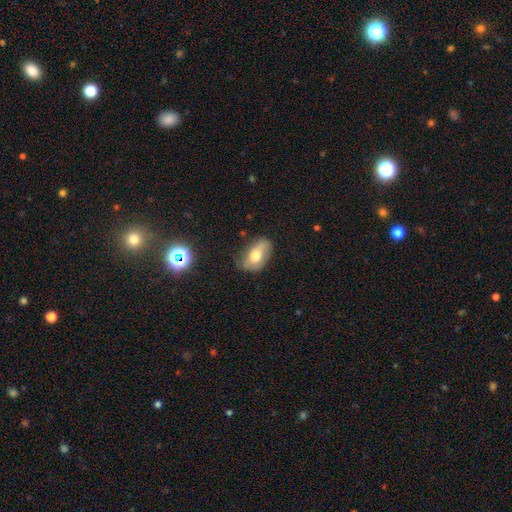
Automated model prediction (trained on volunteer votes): A smooth galaxy with no disk features (58%) that is in between round and cigar-shaped (89%).

Vote fractions:
- Smooth or featured? smooth: 58% / featured or disk: 33% / star or artifact: 9%
- How rounded? in between: 89% / round: 9% / cigar-shaped: 2%
- Merging? none: 61% / minor disturbance: 28% / major disturbance: 8% / merger: 2%